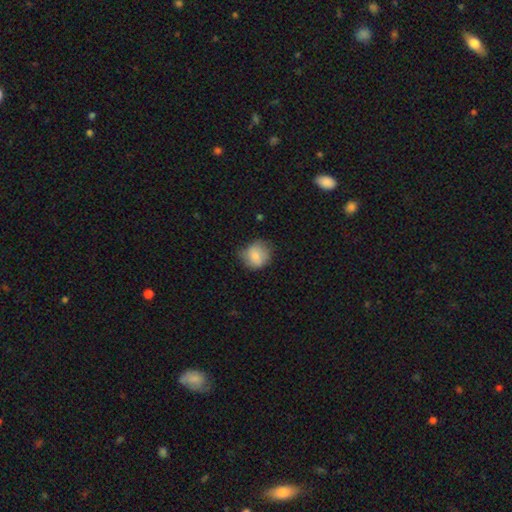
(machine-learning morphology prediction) type=smooth (79%); roundness=round (78%); merging=none (57%).